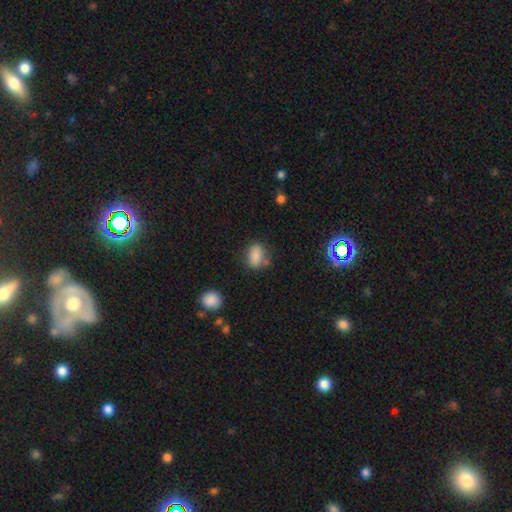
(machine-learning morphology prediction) Smooth or featured?
  - smooth: 84% *
  - star or artifact: 10%
  - featured or disk: 7%
How rounded?
  - in between: 80% *
  - round: 17%
  - cigar-shaped: 2%
Merging?
  - none: 65% *
  - minor disturbance: 20%
  - merger: 9%
  - major disturbance: 6%